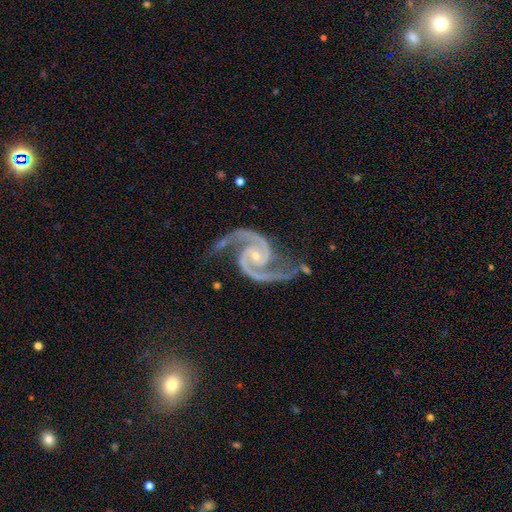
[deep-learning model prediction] A featured or disk galaxy (95%) with no bar (61%), 2 (94%) medium (66%) spiral arms (99%) and a small central bulge (72%). Merging: none (68%).